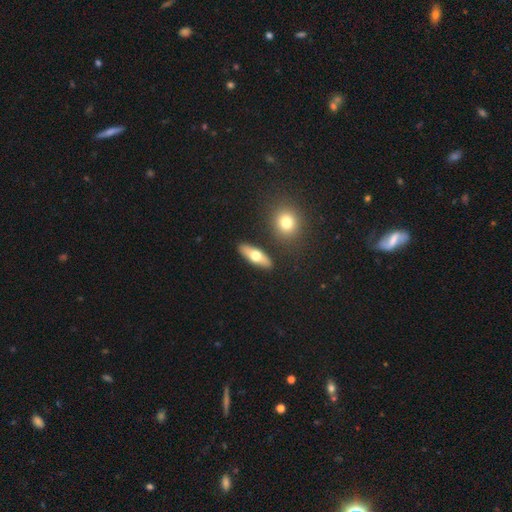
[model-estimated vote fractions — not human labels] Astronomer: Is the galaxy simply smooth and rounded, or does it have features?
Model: smooth — 58% (runner-up: featured or disk, 37%).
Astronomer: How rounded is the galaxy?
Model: in between — 58% (runner-up: cigar-shaped, 37%).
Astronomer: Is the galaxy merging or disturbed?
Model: none — 85%.